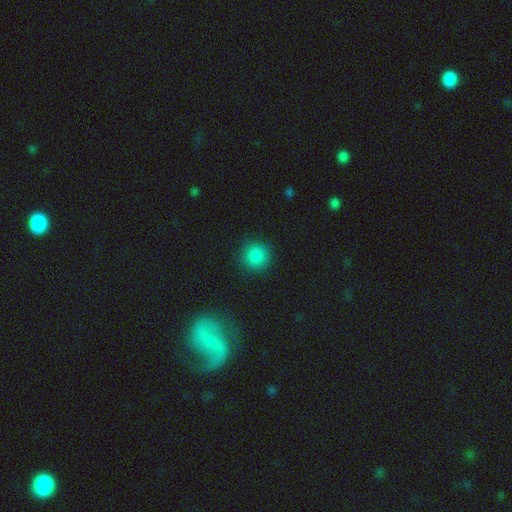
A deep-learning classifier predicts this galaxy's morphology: Overall: smooth (86%). How rounded: round (94%). Merging: none (90%).